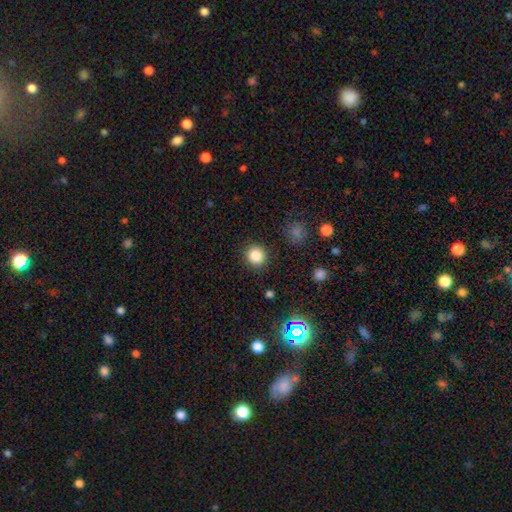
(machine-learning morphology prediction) A smooth galaxy with no disk features (85%) that is round (91%).

Vote fractions:
- Smooth or featured? smooth: 85% / star or artifact: 11% / featured or disk: 4%
- How rounded? round: 91% / in between: 8% / cigar-shaped: 1%
- Merging? none: 91% / minor disturbance: 6% / major disturbance: 2% / merger: 1%